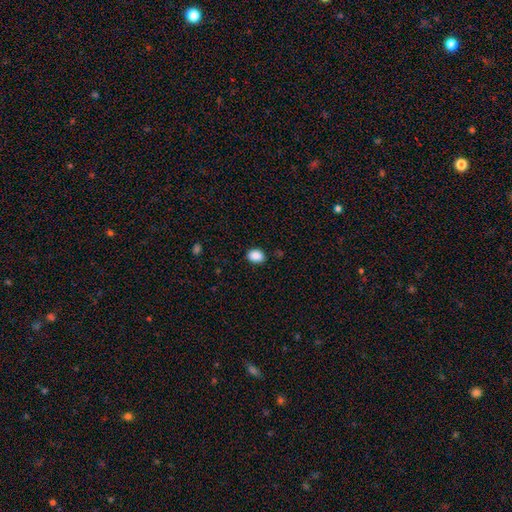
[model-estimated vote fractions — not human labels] Smooth or featured? smooth (89%)
How rounded? in between (66%)
Merging? none (85%)